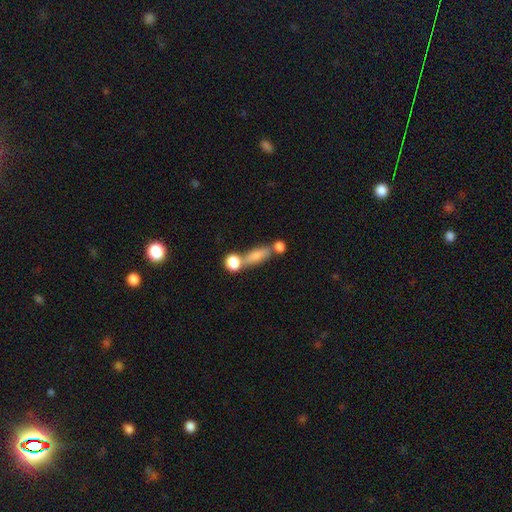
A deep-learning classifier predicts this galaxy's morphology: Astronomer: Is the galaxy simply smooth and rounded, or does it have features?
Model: smooth — 72%.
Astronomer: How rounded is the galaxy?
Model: in between — 53% (runner-up: cigar-shaped, 34%).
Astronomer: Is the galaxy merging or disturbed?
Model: none — 44% (runner-up: merger, 36%).